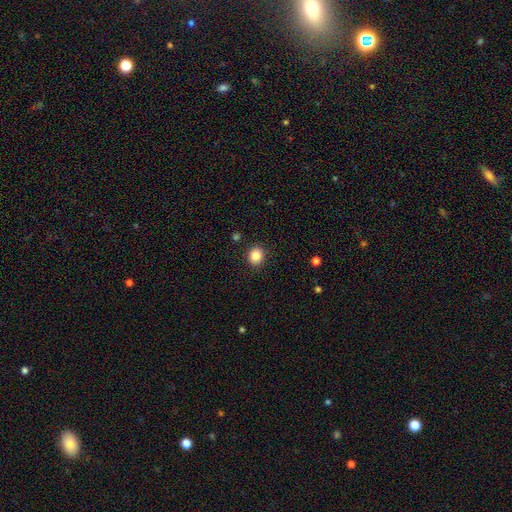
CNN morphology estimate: The model was most divided on "how rounded": round: 73%, in between: 26%, cigar-shaped: 1%. More confident: merging — none (90%); smooth or featured — smooth (85%).